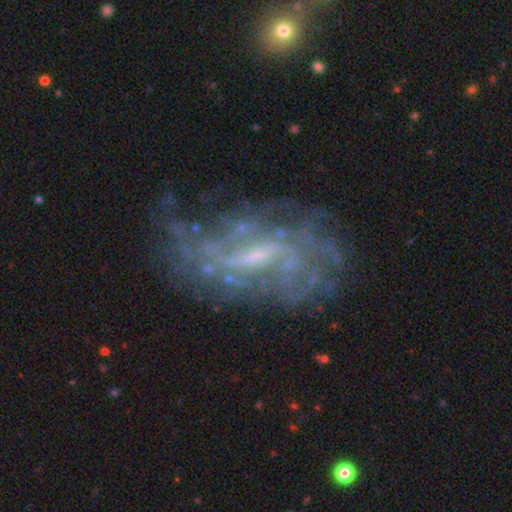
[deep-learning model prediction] Smooth or featured?
  - featured or disk: 79% *
  - smooth: 10%
  - star or artifact: 10%
Edge-on disk?
  - no: 93% *
  - yes: 7%
Bar?
  - weak: 54% *
  - strong: 25%
  - no: 22%
Spiral arms?
  - yes: 80% *
  - no: 20%
Spiral winding?
  - tight: 45% *
  - medium: 34%
  - loose: 21%
Spiral arm count?
  - can't tell: 58% *
  - 2: 13%
  - 4: 9%
  - 3: 8%
  - more than 4: 6%
  - 1: 6%
Bulge size?
  - small: 53% *
  - moderate: 28%
  - none: 16%
  - large: 2%
  - dominant: 1%
Merging?
  - none: 60% *
  - minor disturbance: 21%
  - major disturbance: 15%
  - merger: 3%